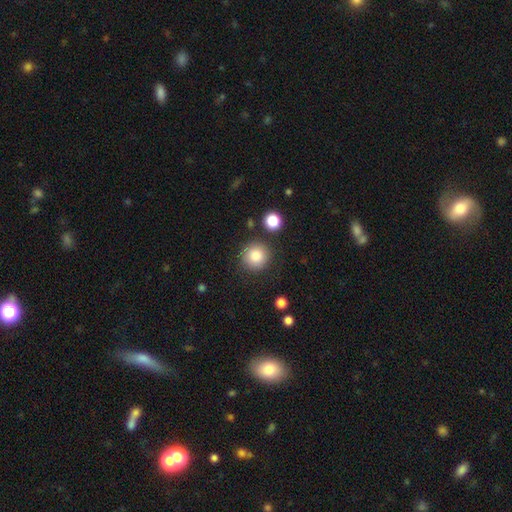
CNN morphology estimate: This appears to be a smooth galaxy with no disk features (84%) that is round (94%). Merging: none (85%).